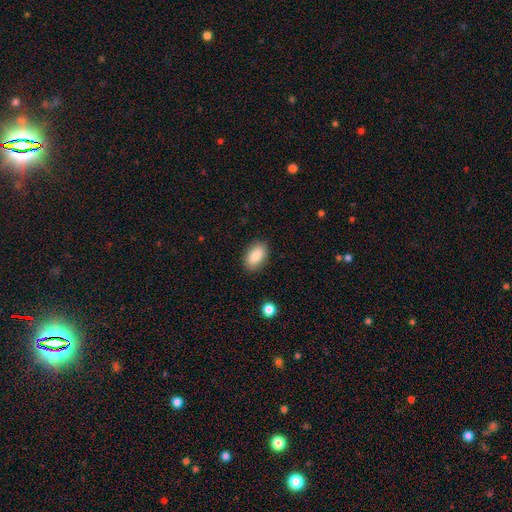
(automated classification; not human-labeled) Overall: smooth (86%). How rounded: in between (92%). Merging: none (87%).